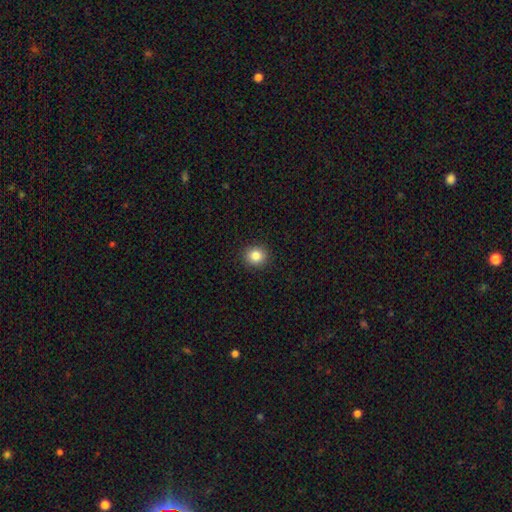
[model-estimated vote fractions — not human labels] This is clearly a smooth galaxy (84%). How rounded: clearly round (83%). Merging: clearly none (91%).